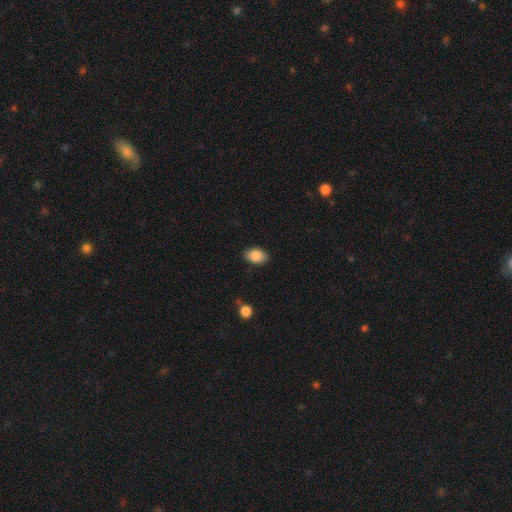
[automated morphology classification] A smooth galaxy with no disk features (88%) that is in between round and cigar-shaped (87%).

Vote fractions:
- Smooth or featured? smooth: 88% / star or artifact: 7% / featured or disk: 5%
- How rounded? in between: 87% / round: 11% / cigar-shaped: 1%
- Merging? none: 86% / minor disturbance: 10% / major disturbance: 3% / merger: 1%